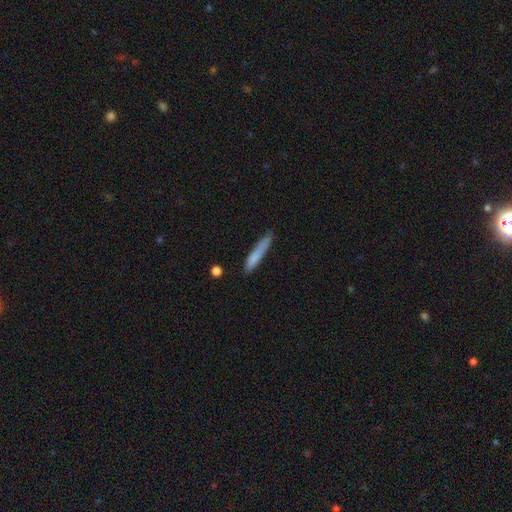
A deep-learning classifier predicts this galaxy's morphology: A smooth galaxy with no disk features (76%) that is cigar-shaped (93%). Merging: none (74%).